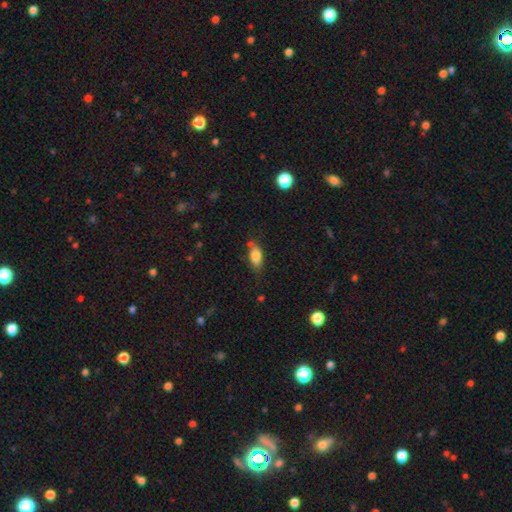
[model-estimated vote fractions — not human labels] The model was most divided on "merging": none: 61%, minor disturbance: 25%, merger: 7%, major disturbance: 6%. More confident: how rounded — in between (85%); smooth or featured — smooth (80%).